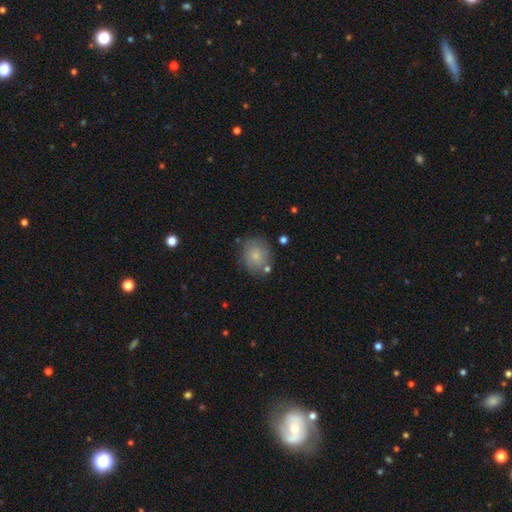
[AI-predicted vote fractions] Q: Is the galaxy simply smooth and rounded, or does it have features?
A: smooth — 70%.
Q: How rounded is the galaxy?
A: round — 62%.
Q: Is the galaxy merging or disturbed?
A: none — 71%.